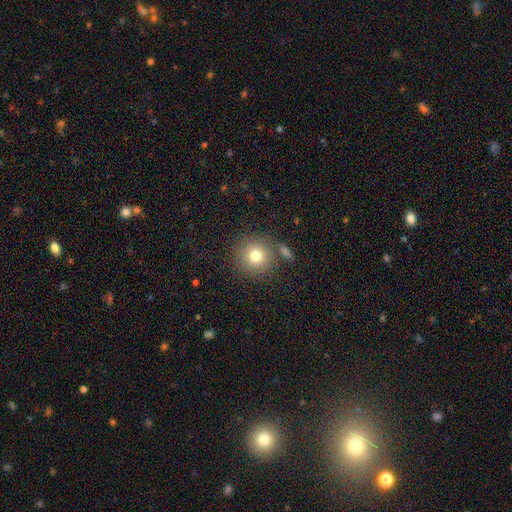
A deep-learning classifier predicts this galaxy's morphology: Smooth or featured: smooth — 78% (star or artifact — 12%)
How rounded: round — 93% (in between — 6%)
Merging: none — 79% (minor disturbance — 9%)